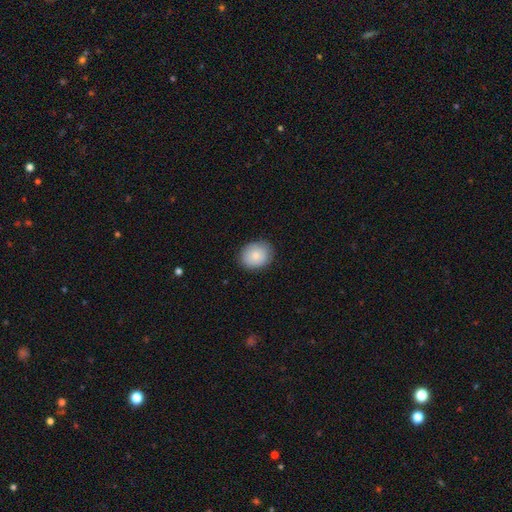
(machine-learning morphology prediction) Smooth or featured? Predicted: smooth (p=0.83). How rounded? Predicted: round (p=0.56). Merging? Predicted: none (p=0.84).